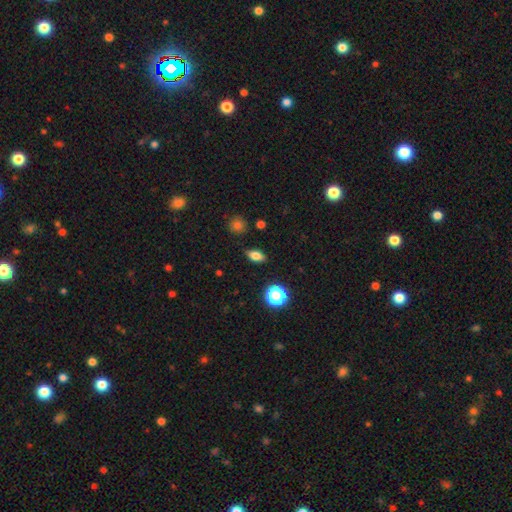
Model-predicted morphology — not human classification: Smooth or featured? smooth (76%)
How rounded? in between (77%)
Merging? none (86%)